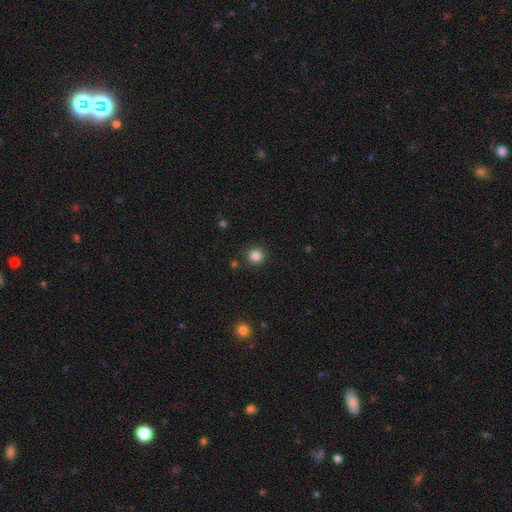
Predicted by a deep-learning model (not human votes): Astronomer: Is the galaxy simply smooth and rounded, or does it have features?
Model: smooth — 84%.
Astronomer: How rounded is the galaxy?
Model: round — 93%.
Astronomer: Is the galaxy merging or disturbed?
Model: none — 90%.